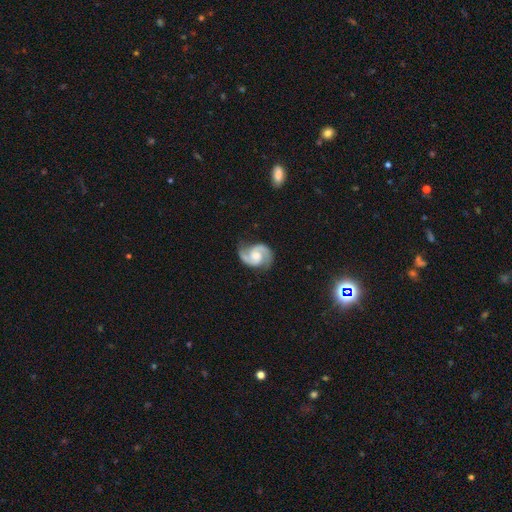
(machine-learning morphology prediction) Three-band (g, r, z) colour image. It shows a featured or disk galaxy (92%) with no bar (56%), 2 (94%) medium (58%) spiral arms (98%) and a moderate central bulge (42%). Merging: none (79%).